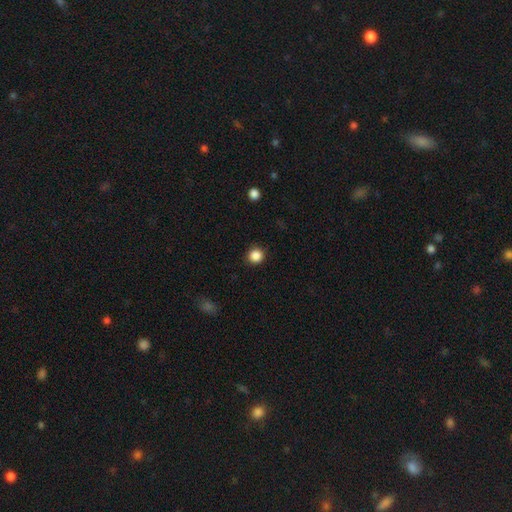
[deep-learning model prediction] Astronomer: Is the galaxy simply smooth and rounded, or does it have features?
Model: smooth — 86%.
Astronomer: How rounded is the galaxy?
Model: round — 93%.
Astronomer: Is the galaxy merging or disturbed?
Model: none — 91%.